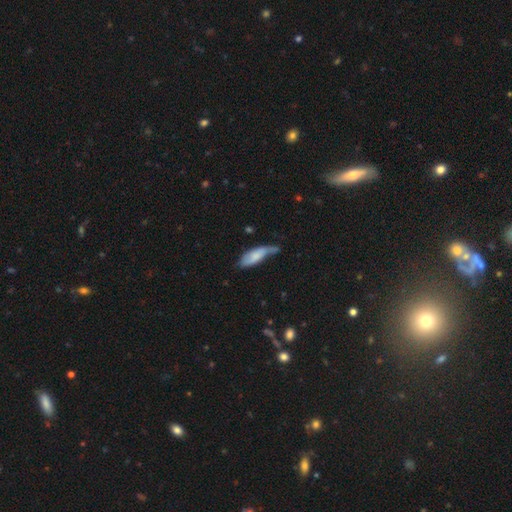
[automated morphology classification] The model was most divided on "merging": minor disturbance: 43%, none: 31%, major disturbance: 20%, merger: 7%. More confident: smooth or featured — smooth (68%); how rounded — in between (62%).